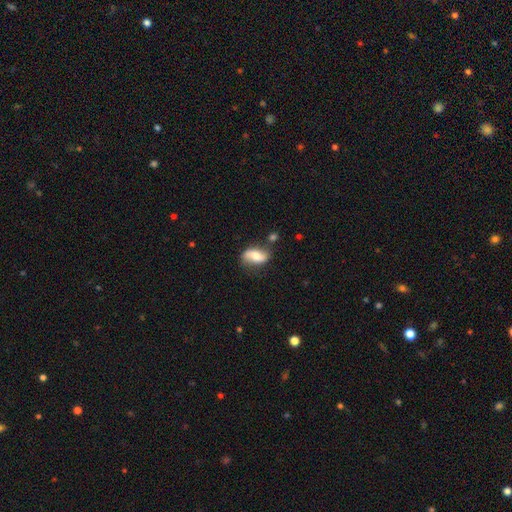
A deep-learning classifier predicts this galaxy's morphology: Q: Smooth or featured?
A: featured or disk (47%); runner-up: smooth (46%)
Q: Merging?
A: none (66%); runner-up: minor disturbance (21%)